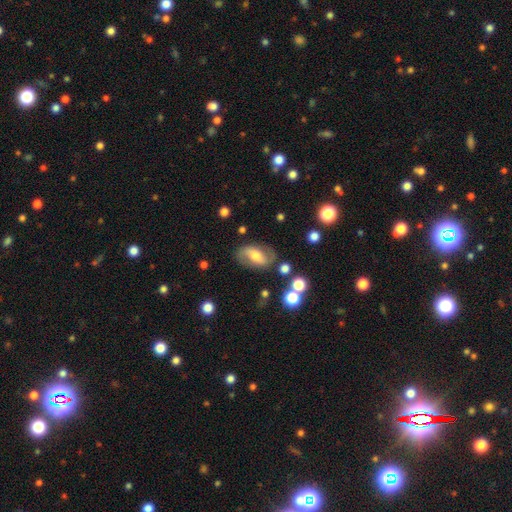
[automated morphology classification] This is possibly a featured or disk galaxy (59%). It is clearly not viewed edge-on (93%). Bar: marginally weak (38%). Spiral arm pattern: likely yes (79%). Central bulge: possibly moderate (59%). Merging: likely none (74%).